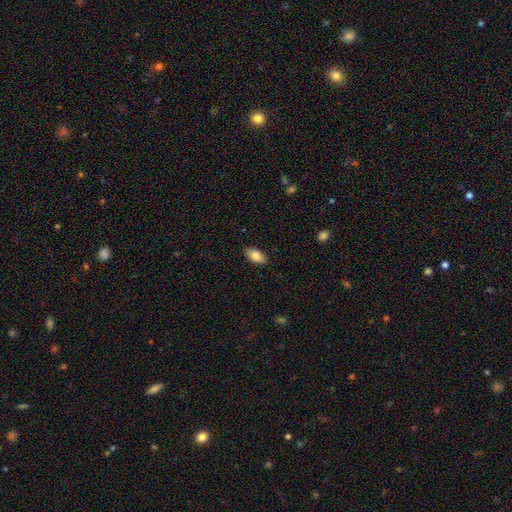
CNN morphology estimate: smooth-or-featured: smooth: 86% | featured or disk: 7% | star or artifact: 7%
  how-rounded: in between: 92% | cigar-shaped: 5% | round: 3%
  merging: none: 87% | minor disturbance: 10% | major disturbance: 2% | merger: 1%